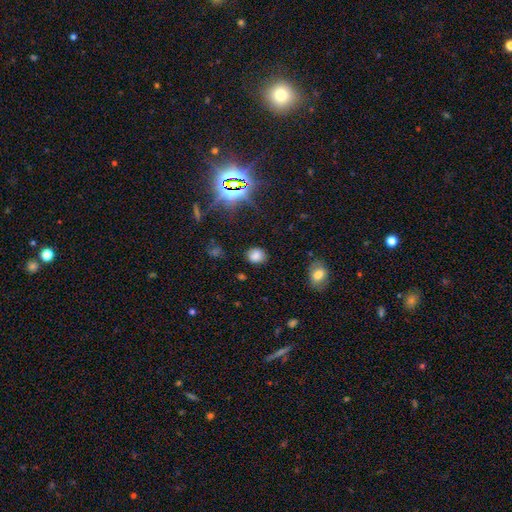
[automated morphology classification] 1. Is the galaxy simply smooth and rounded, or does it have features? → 77% smooth, 17% star or artifact, 6% featured or disk.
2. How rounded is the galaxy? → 64% round, 35% in between, 1% cigar-shaped.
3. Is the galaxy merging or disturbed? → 85% none, 10% minor disturbance, 3% major disturbance, 2% merger.